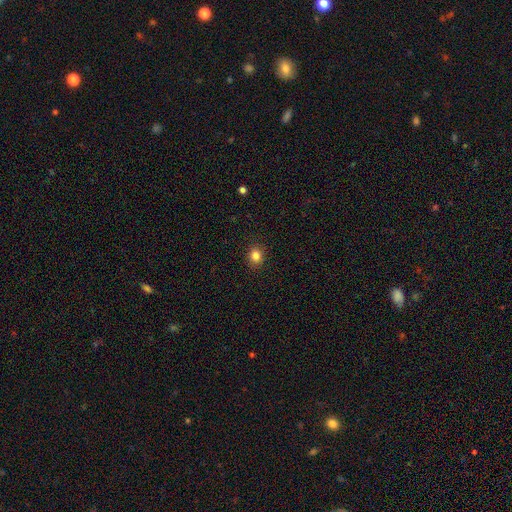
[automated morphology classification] A smooth galaxy with no disk features (84%) that is round (69%).

Vote fractions:
- Smooth or featured? smooth: 84% / star or artifact: 12% / featured or disk: 5%
- How rounded? round: 69% / in between: 31% / cigar-shaped: 1%
- Merging? none: 91% / minor disturbance: 6% / major disturbance: 2% / merger: 1%